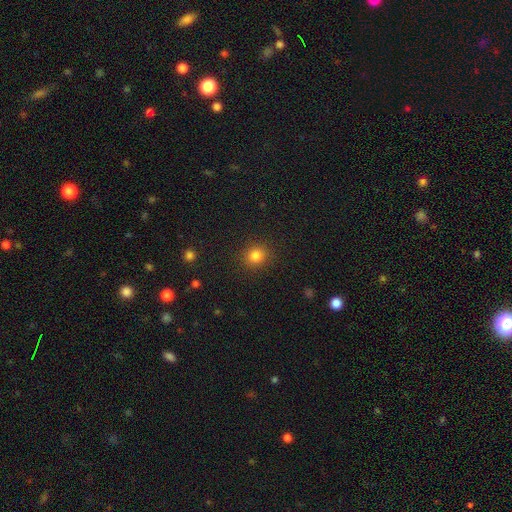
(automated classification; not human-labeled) smooth-or-featured: smooth: 83% | star or artifact: 12% | featured or disk: 5%
  how-rounded: round: 84% | in between: 15% | cigar-shaped: 1%
  merging: none: 90% | minor disturbance: 6% | major disturbance: 2% | merger: 1%